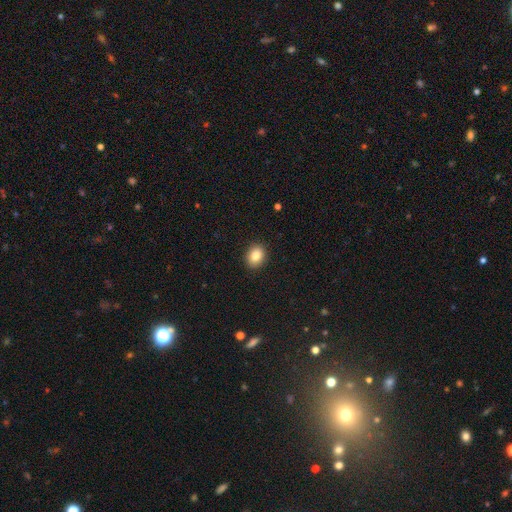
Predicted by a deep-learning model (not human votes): This appears to be a smooth galaxy with no disk features (85%) that is round (50%). Merging: none (91%).